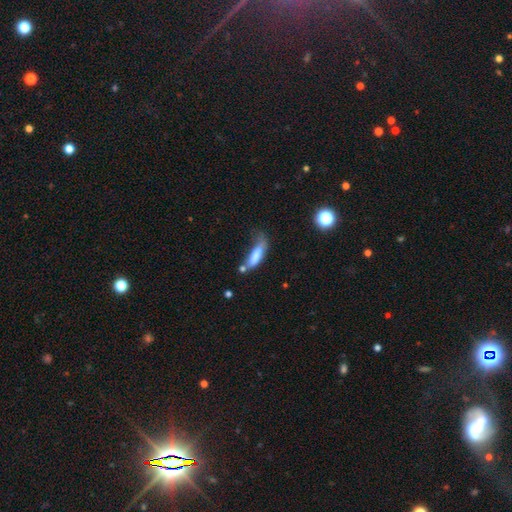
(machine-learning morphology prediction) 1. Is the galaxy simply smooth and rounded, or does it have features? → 74% smooth, 18% featured or disk, 8% star or artifact.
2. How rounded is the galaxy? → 57% cigar-shaped, 42% in between, 2% round.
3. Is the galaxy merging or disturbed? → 31% minor disturbance, 29% none, 25% major disturbance, 14% merger.